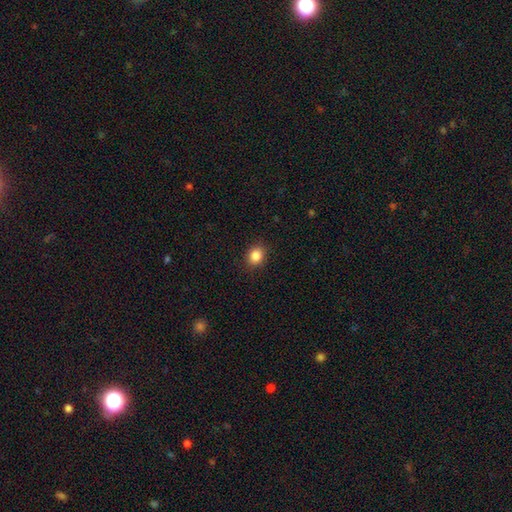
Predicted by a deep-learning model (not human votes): Overall: smooth (86%). How rounded: round (59%; in between 40%). Merging: none (89%).